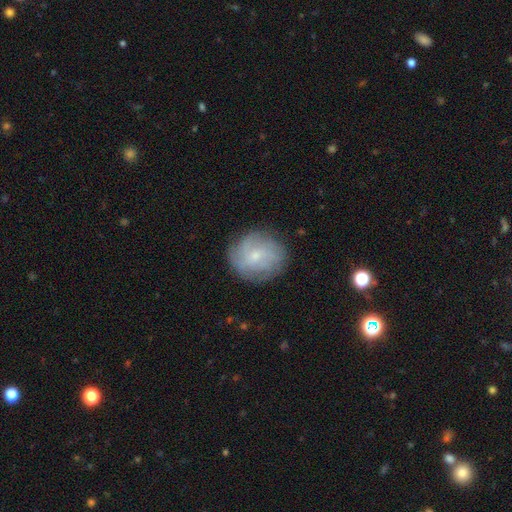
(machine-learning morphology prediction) This appears to be a featured or disk galaxy (53%) with no bar (66%), spiral arms (82%) and a small central bulge (71%). Merging: none (80%).